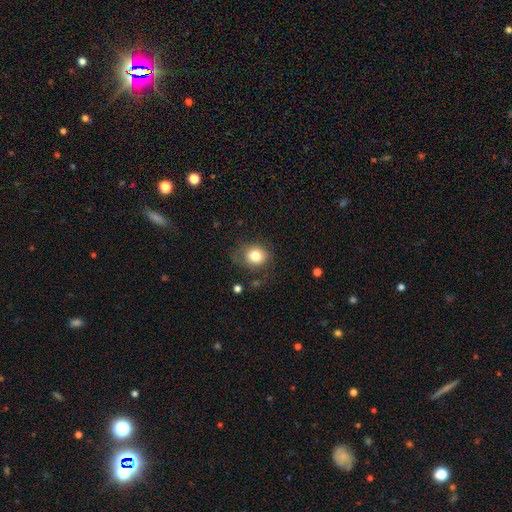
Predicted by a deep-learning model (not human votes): A smooth galaxy with no disk features (80%) that is round (72%).

Vote fractions:
- Smooth or featured? smooth: 80% / star or artifact: 10% / featured or disk: 10%
- How rounded? round: 72% / in between: 27% / cigar-shaped: 1%
- Merging? none: 71% / minor disturbance: 19% / major disturbance: 8% / merger: 2%